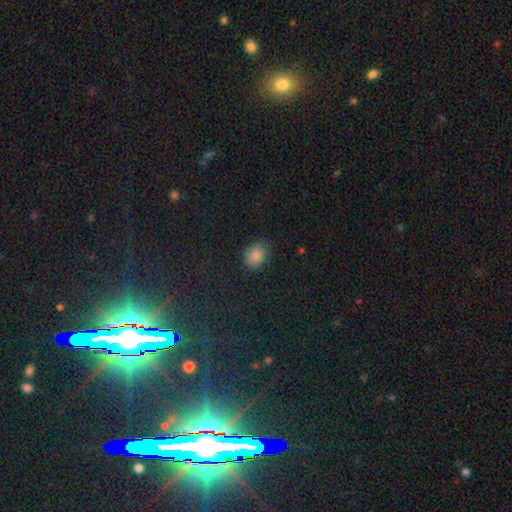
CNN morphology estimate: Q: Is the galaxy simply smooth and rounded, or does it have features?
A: smooth — 83%.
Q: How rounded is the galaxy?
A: in between — 54%.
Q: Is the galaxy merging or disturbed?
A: none — 76%.